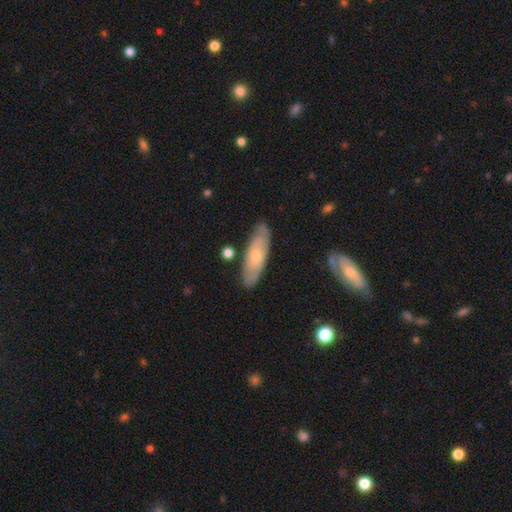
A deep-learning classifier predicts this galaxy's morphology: Smooth or featured?
  - featured or disk: 49% *
  - smooth: 45%
  - star or artifact: 6%
Merging?
  - none: 82% *
  - minor disturbance: 13%
  - major disturbance: 2%
  - merger: 2%